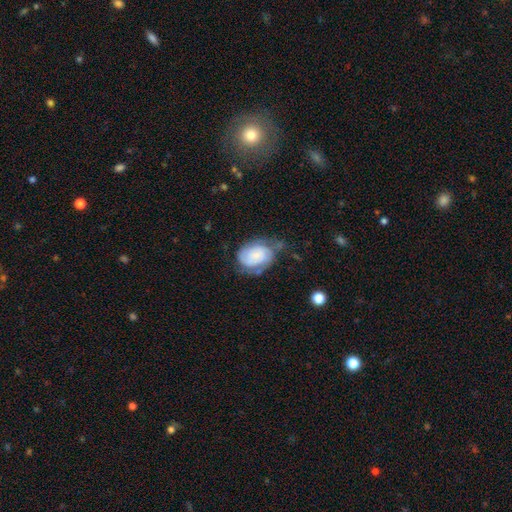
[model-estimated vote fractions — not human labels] Smooth or featured?
  - smooth: 46% * (tied)
  - featured or disk: 46% * (tied)
  - star or artifact: 8%
Merging?
  - none: 40% *
  - minor disturbance: 35%
  - major disturbance: 21%
  - merger: 4%